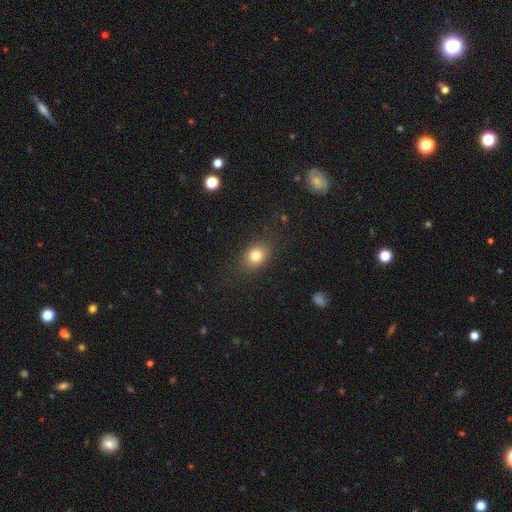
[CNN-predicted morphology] The model was most divided on "how rounded": in between: 57%, round: 41%, cigar-shaped: 1%. More confident: merging — none (84%); smooth or featured — smooth (79%).